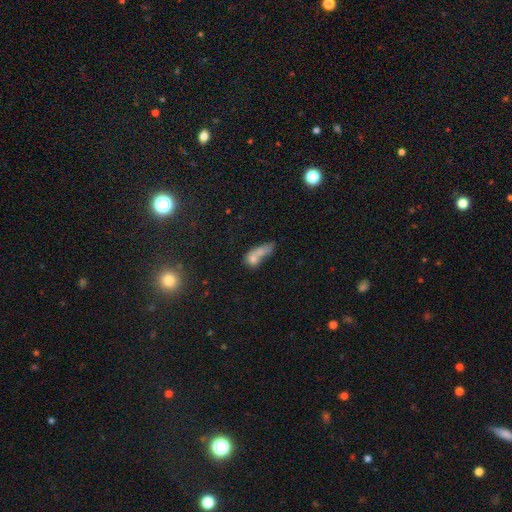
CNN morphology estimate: Smooth or featured? smooth (68%)
How rounded? in between (58%)
Merging? merger (61%)